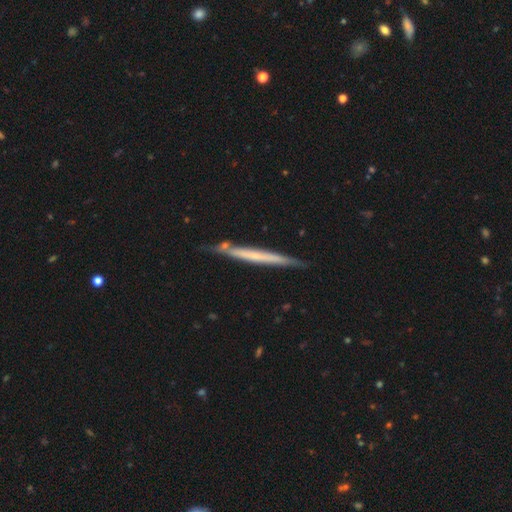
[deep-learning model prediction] smooth_or_featured: featured or disk (p=0.58) [alt: smooth p=0.36]
disk_edge_on: yes (p=0.94) [alt: no p=0.06]
edge_on_bulge: none (p=0.81) [alt: rounded p=0.14]
merging: none (p=0.79) [alt: minor disturbance p=0.15]